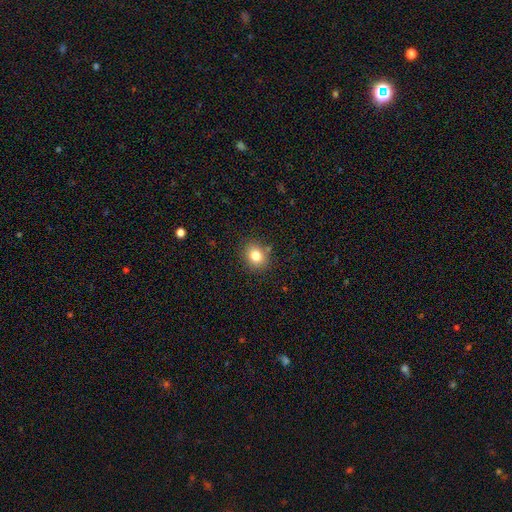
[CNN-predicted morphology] The model was most divided on "how rounded": round: 71%, in between: 28%, cigar-shaped: 1%. More confident: merging — none (82%); smooth or featured — smooth (81%).